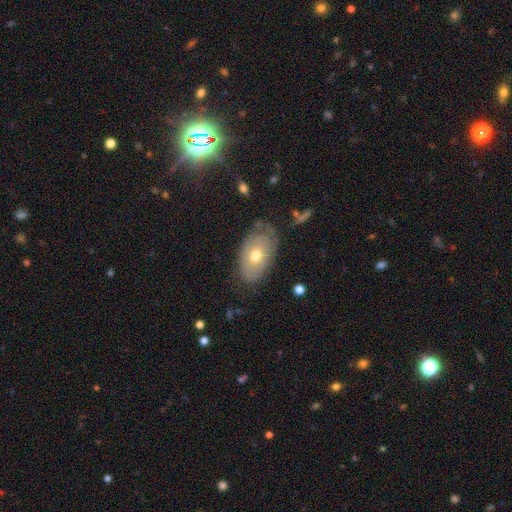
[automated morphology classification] Q: Smooth or featured?
A: smooth (55%); runner-up: featured or disk (38%)
Q: How rounded?
A: in between (91%); runner-up: round (7%)
Q: Merging?
A: none (64%); runner-up: minor disturbance (25%)